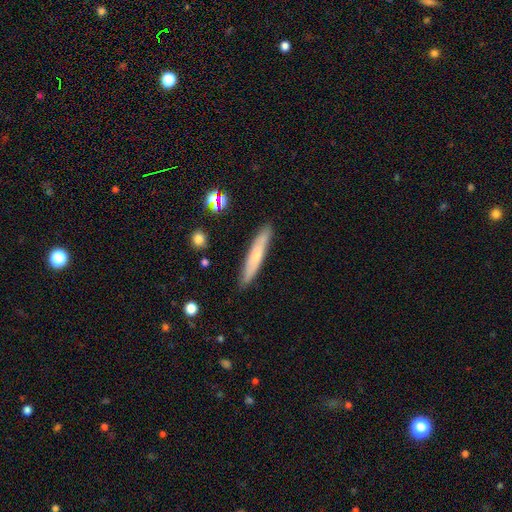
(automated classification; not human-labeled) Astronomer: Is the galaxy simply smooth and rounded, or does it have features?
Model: smooth — 61%.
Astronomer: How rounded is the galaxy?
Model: cigar-shaped — 92%.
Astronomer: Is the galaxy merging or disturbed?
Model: none — 88%.